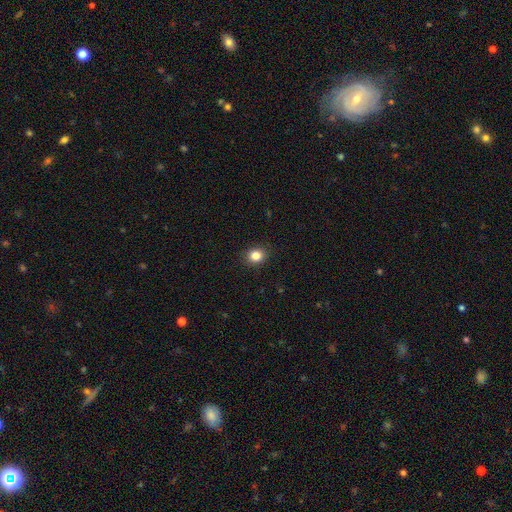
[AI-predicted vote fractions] Smooth or featured?
  - smooth: 84% *
  - star or artifact: 11%
  - featured or disk: 5%
How rounded?
  - round: 67% *
  - in between: 32%
  - cigar-shaped: 1%
Merging?
  - none: 90% *
  - minor disturbance: 7%
  - major disturbance: 2%
  - merger: 1%